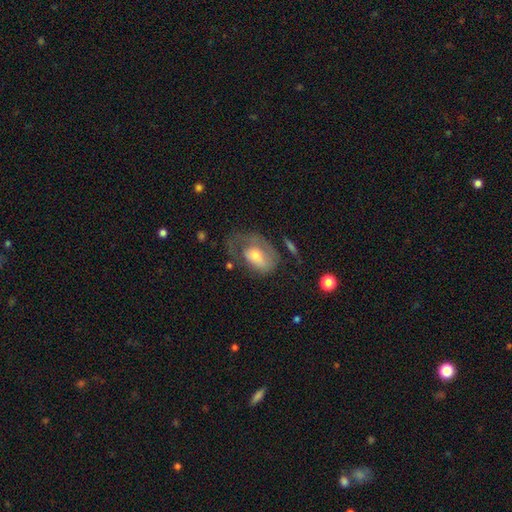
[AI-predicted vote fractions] smooth-or-featured: featured or disk: 55% | smooth: 38% | star or artifact: 7%
  disk-edge-on: no: 94% | yes: 6%
    bar: no: 62% | weak: 29% | strong: 9%
    has-spiral-arms: yes: 62% | no: 38%
    bulge-size: moderate: 50% | small: 39% | large: 7% | none: 2% | dominant: 1%
  merging: major disturbance: 41% | none: 33% | minor disturbance: 22% | merger: 4%